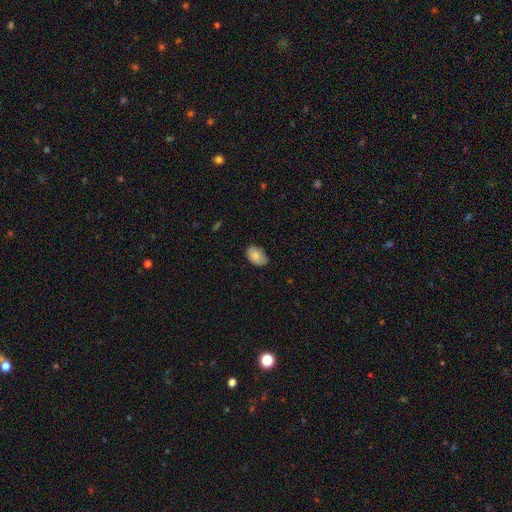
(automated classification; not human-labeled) Smooth or featured: smooth — 82% (featured or disk — 11%)
How rounded: in between — 87% (round — 12%)
Merging: none — 77% (minor disturbance — 19%)